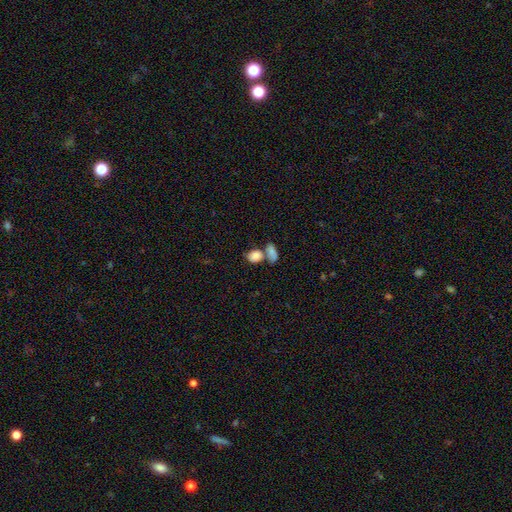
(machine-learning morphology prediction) A smooth galaxy with no disk features (84%) that is in between round and cigar-shaped (66%). Merging: merger (46%).